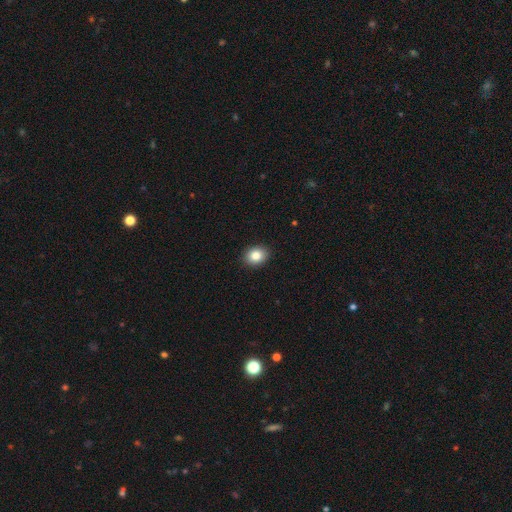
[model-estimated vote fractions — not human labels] Q: Smooth or featured?
A: smooth (84%); runner-up: star or artifact (9%)
Q: How rounded?
A: in between (53%); runner-up: round (46%)
Q: Merging?
A: none (90%); runner-up: minor disturbance (7%)